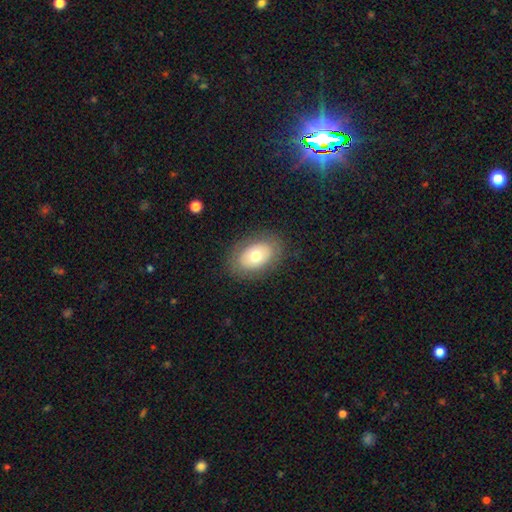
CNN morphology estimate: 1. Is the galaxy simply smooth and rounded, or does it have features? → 64% smooth, 28% featured or disk, 8% star or artifact.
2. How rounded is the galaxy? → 82% in between, 17% round, 1% cigar-shaped.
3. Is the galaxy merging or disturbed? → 84% none, 11% minor disturbance, 5% major disturbance, 1% merger.